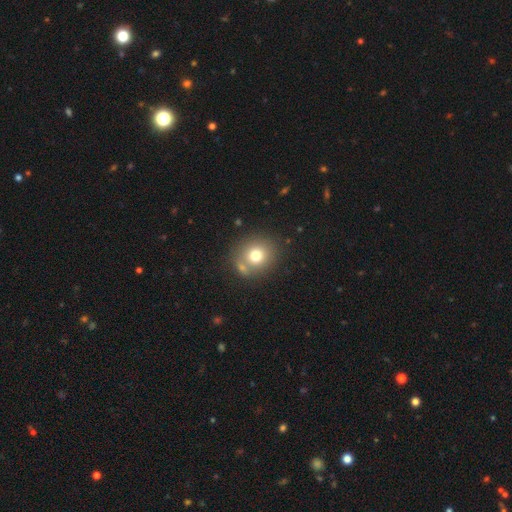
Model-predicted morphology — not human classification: Q: Smooth or featured?
A: smooth (73%); runner-up: featured or disk (14%)
Q: How rounded?
A: round (85%); runner-up: in between (14%)
Q: Merging?
A: none (69%); runner-up: merger (16%)